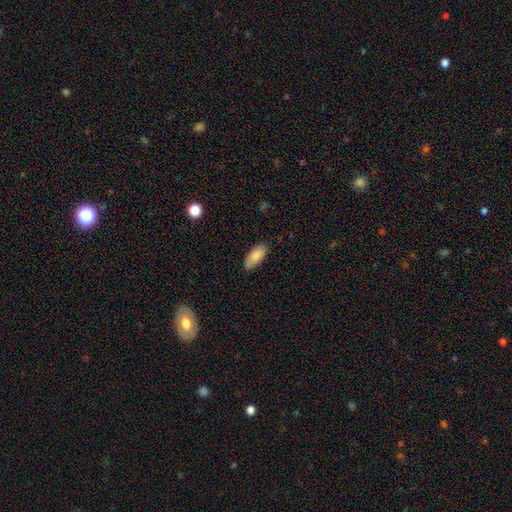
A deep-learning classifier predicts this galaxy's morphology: Q: Smooth or featured?
A: smooth (85%); runner-up: featured or disk (9%)
Q: How rounded?
A: in between (90%); runner-up: cigar-shaped (8%)
Q: Merging?
A: none (83%); runner-up: minor disturbance (14%)